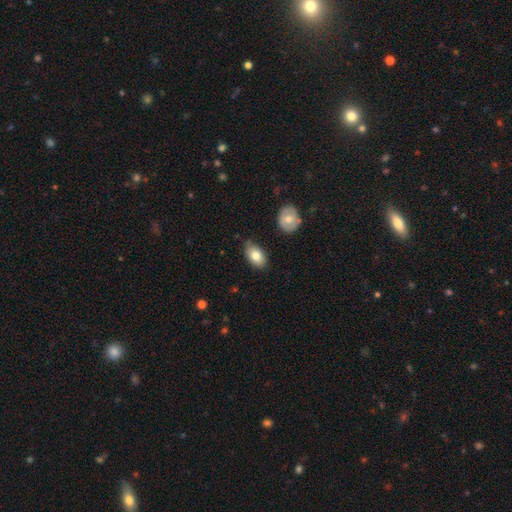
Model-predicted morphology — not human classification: smooth 80%, featured or disk 14%, star or artifact 7%. Down the decision tree: how rounded — in between (92%); merging — none (73%).